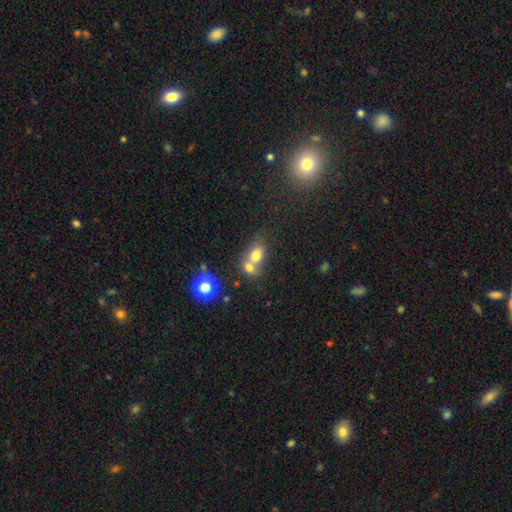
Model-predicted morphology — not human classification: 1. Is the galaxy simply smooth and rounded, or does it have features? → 72% smooth, 16% featured or disk, 12% star or artifact.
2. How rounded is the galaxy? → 53% in between, 46% round, 1% cigar-shaped.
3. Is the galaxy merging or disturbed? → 64% merger, 25% none, 7% minor disturbance, 4% major disturbance.